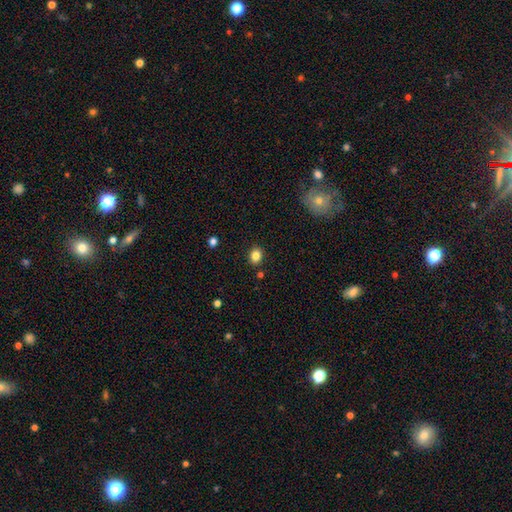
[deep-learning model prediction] Smooth or featured? smooth (83%)
How rounded? in between (53%)
Merging? none (87%)